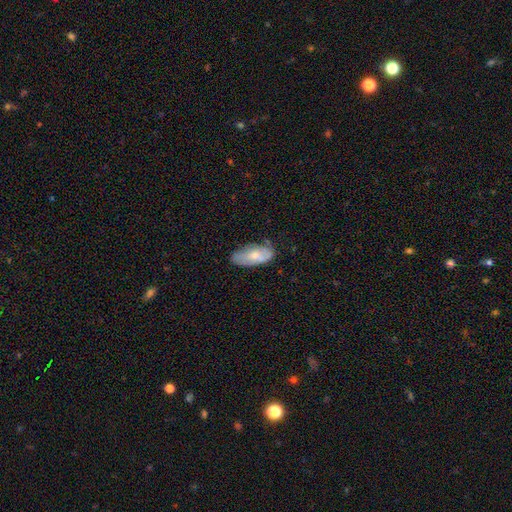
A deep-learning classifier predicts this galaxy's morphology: smooth 63%, featured or disk 30%, star or artifact 6%. Down the decision tree: how rounded — in between (89%); merging — none (60%).